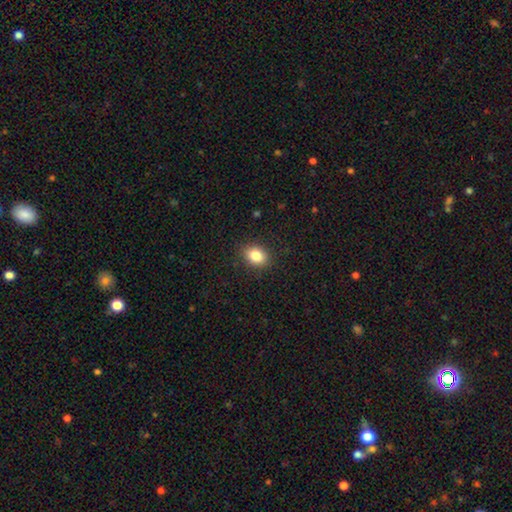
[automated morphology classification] This appears to be a smooth galaxy with no disk features (83%) that is in between round and cigar-shaped (60%). Merging: none (88%).